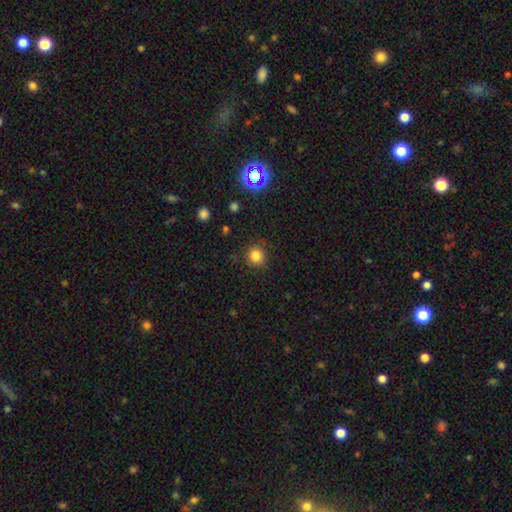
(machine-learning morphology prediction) The model was most divided on "smooth or featured": smooth: 82%, star or artifact: 13%, featured or disk: 5%. More confident: how rounded — round (90%); merging — none (86%).